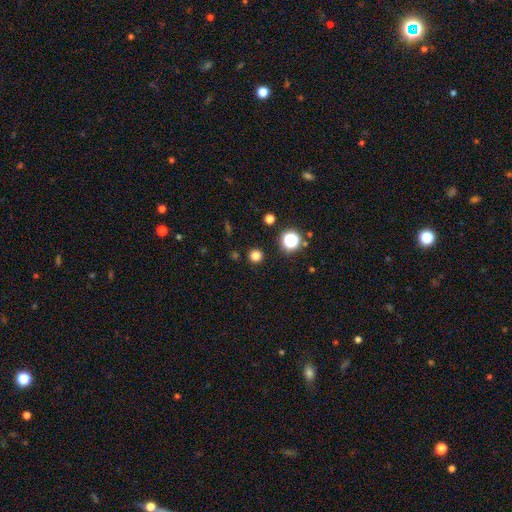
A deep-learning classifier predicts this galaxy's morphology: type=smooth (79%); roundness=round (95%); merging=none (91%).